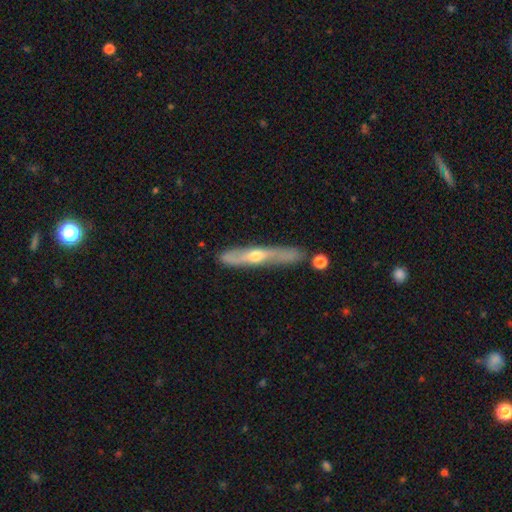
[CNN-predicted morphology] smooth-or-featured: featured or disk: 68% | smooth: 27% | star or artifact: 6%
  disk-edge-on: yes: 80% | no: 20%
    edge-on-bulge: rounded: 84% | none: 13% | boxy: 3%
  merging: none: 74% | minor disturbance: 17% | merger: 5% | major disturbance: 4%